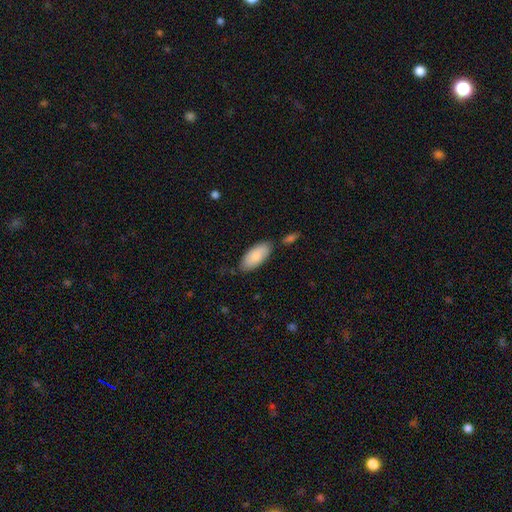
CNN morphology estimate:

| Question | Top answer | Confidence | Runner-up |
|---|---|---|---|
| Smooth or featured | smooth | 84% | featured or disk (10%) |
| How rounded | in between | 89% | cigar-shaped (10%) |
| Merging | none | 71% | minor disturbance (18%) |